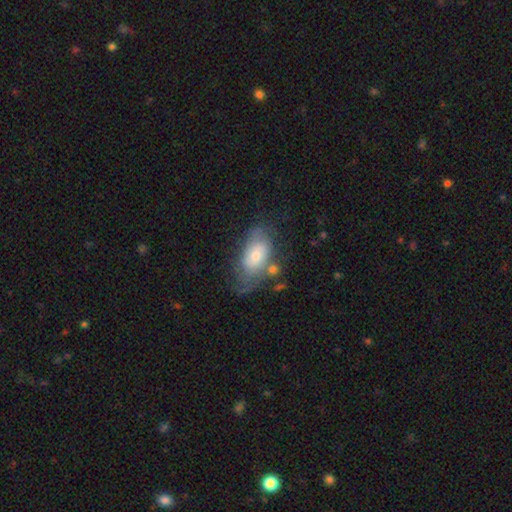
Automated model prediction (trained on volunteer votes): This is possibly a smooth galaxy (50%). How rounded: clearly in between (90%). Merging: possibly none (45%).